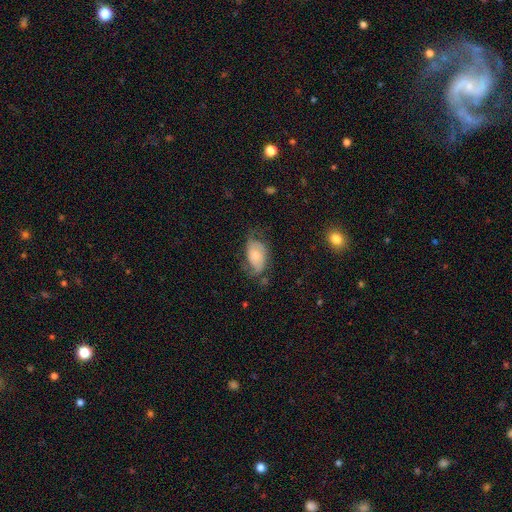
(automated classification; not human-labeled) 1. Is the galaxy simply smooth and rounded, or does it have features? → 48% smooth, 44% featured or disk, 8% star or artifact.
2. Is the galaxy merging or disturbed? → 47% none, 30% minor disturbance, 20% major disturbance, 2% merger.